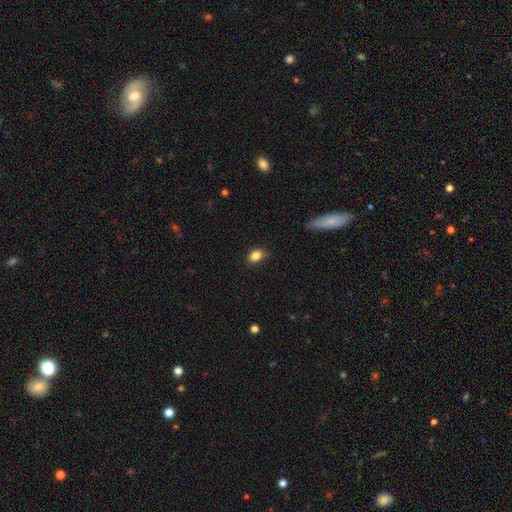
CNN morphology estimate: smooth_or_featured: smooth (p=0.84) [alt: star or artifact p=0.10]
how_rounded: in between (p=0.77) [alt: round p=0.21]
merging: none (p=0.76) [alt: minor disturbance p=0.19]